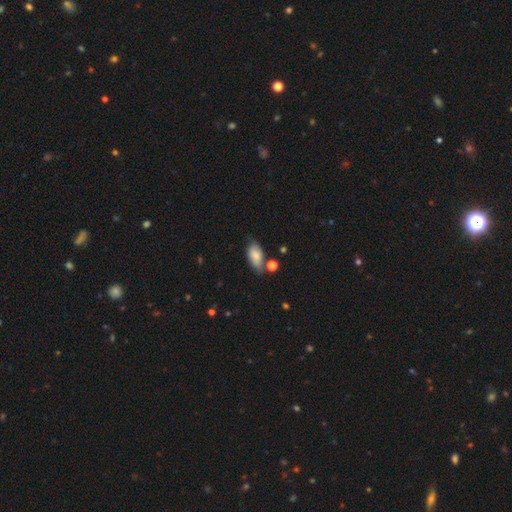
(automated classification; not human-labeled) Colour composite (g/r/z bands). It shows a smooth galaxy with no disk features (79%) that is in between round and cigar-shaped (91%). Merging: none (61%).